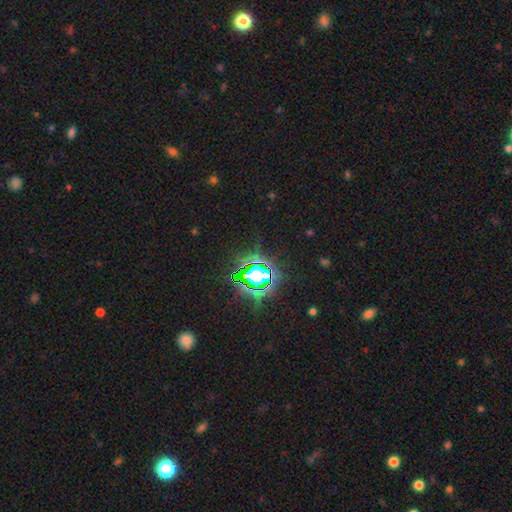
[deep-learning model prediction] Smooth or featured? star or artifact (78%)